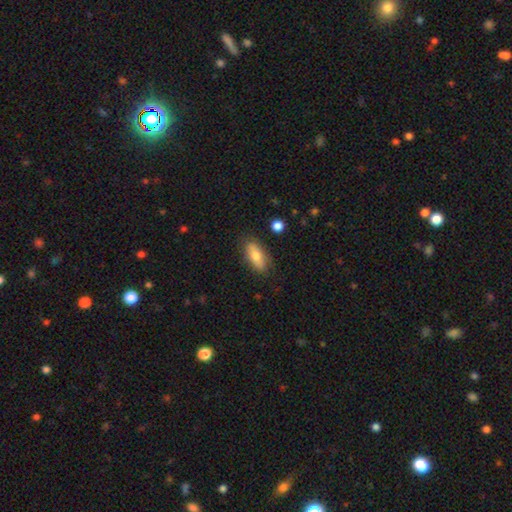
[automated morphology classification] smooth-or-featured: smooth: 70% | featured or disk: 23% | star or artifact: 7%
  how-rounded: in between: 74% | cigar-shaped: 22% | round: 3%
  merging: none: 82% | minor disturbance: 14% | major disturbance: 3% | merger: 2%